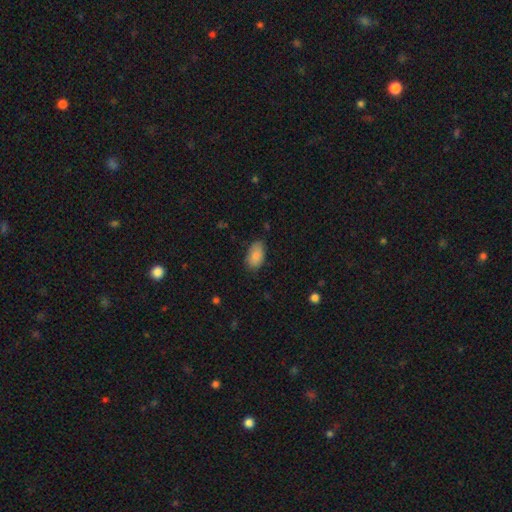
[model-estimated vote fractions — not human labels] Smooth or featured: smooth — 86% (star or artifact — 7%)
How rounded: in between — 93% (round — 5%)
Merging: none — 76% (minor disturbance — 20%)